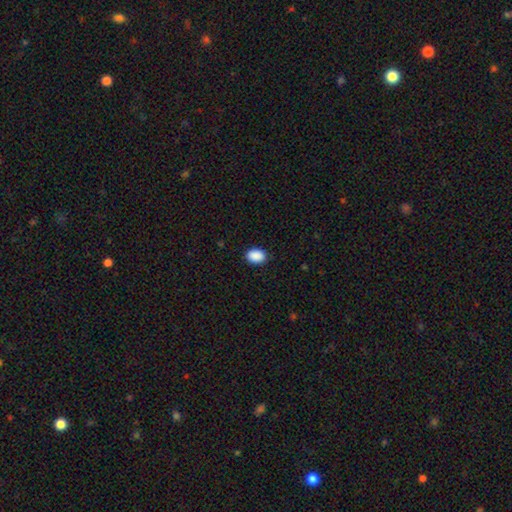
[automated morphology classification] smooth 91%, star or artifact 7%, featured or disk 2%. Down the decision tree: how rounded — in between (77%); merging — none (89%).